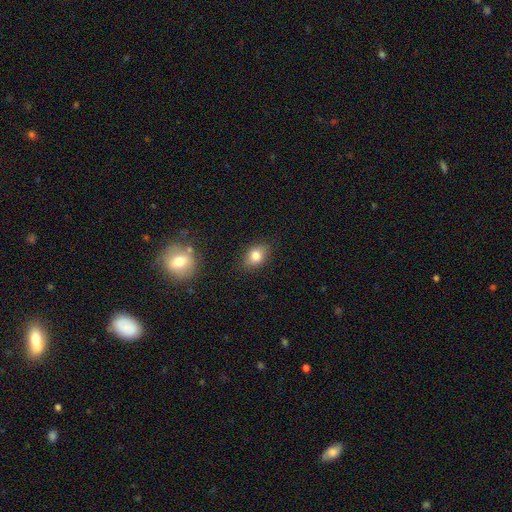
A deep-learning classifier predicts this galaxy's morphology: Q: Smooth or featured?
A: smooth (78%); runner-up: featured or disk (11%)
Q: How rounded?
A: in between (69%); runner-up: round (29%)
Q: Merging?
A: none (83%); runner-up: minor disturbance (13%)